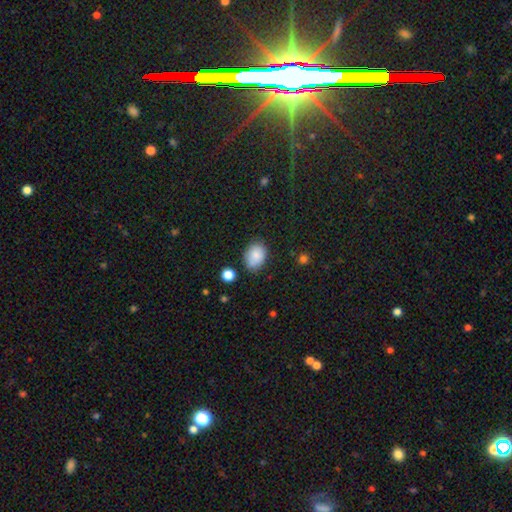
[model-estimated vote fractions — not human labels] Smooth or featured?
  - smooth: 84% *
  - star or artifact: 8%
  - featured or disk: 8%
How rounded?
  - in between: 71% *
  - round: 28%
  - cigar-shaped: 1%
Merging?
  - none: 72% *
  - minor disturbance: 19%
  - major disturbance: 4%
  - merger: 4%